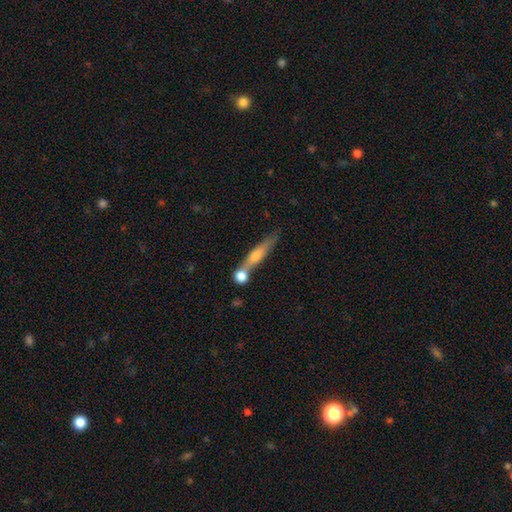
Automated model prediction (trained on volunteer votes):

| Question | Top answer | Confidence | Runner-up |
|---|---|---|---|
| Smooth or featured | featured or disk | 49% | smooth (42%) |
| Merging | none | 54% | merger (29%) |